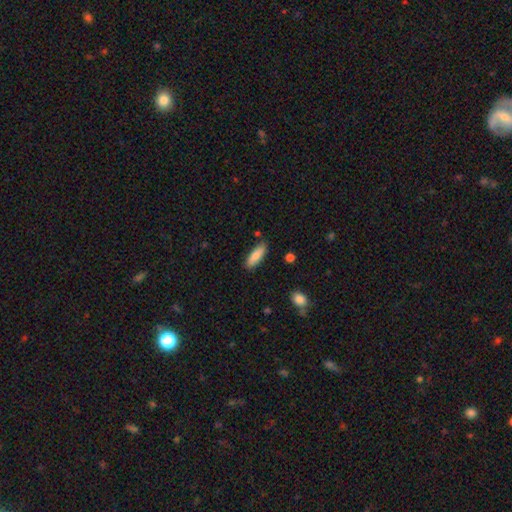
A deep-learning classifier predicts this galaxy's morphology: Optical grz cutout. It shows a smooth galaxy with no disk features (84%) that is in between round and cigar-shaped (52%). Merging: none (85%).